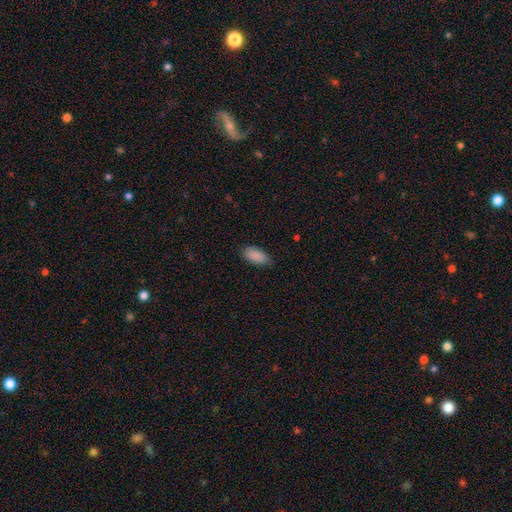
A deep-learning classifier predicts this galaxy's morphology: Smooth or featured?
  - smooth: 90% *
  - star or artifact: 7%
  - featured or disk: 4%
How rounded?
  - in between: 91% *
  - cigar-shaped: 7%
  - round: 2%
Merging?
  - none: 82% *
  - minor disturbance: 14%
  - major disturbance: 3%
  - merger: 1%